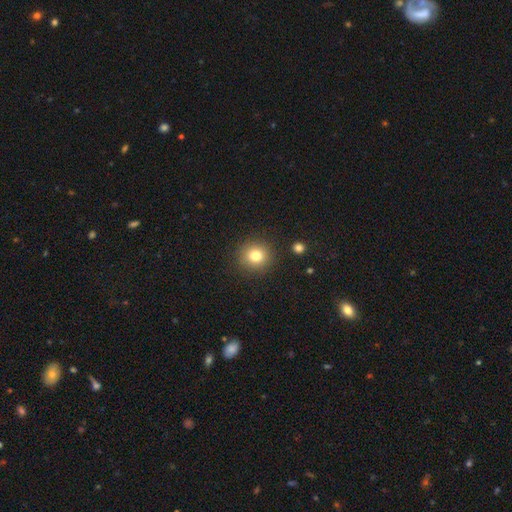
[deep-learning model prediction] This appears to be a smooth galaxy with no disk features (80%) that is round (91%). Merging: none (89%).